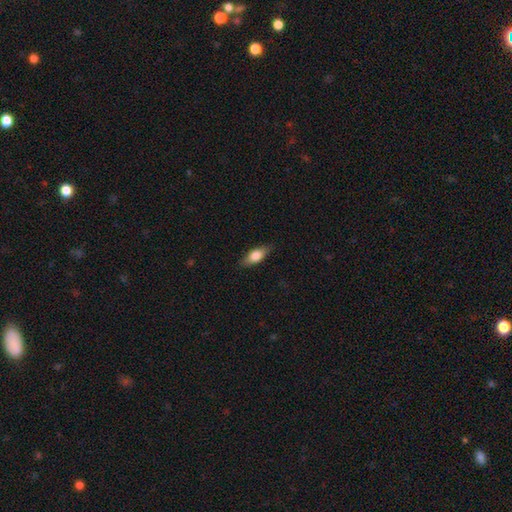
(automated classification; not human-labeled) Smooth or featured?
  - smooth: 67% *
  - featured or disk: 27%
  - star or artifact: 6%
How rounded?
  - in between: 73% *
  - cigar-shaped: 23%
  - round: 4%
Merging?
  - none: 85% *
  - minor disturbance: 12%
  - major disturbance: 2%
  - merger: 1%